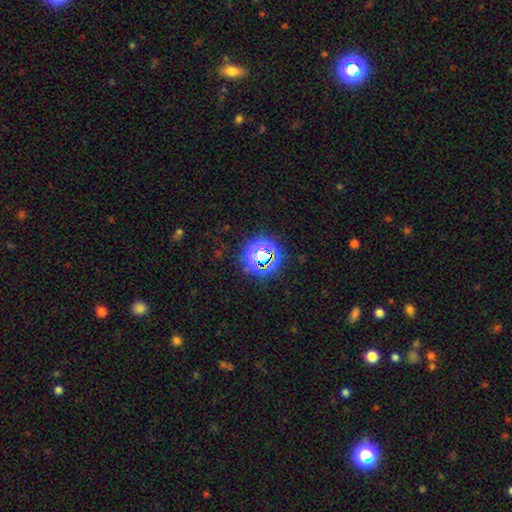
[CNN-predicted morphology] The model was most divided on "smooth or featured": star or artifact: 68%, smooth: 21%, featured or disk: 11%.